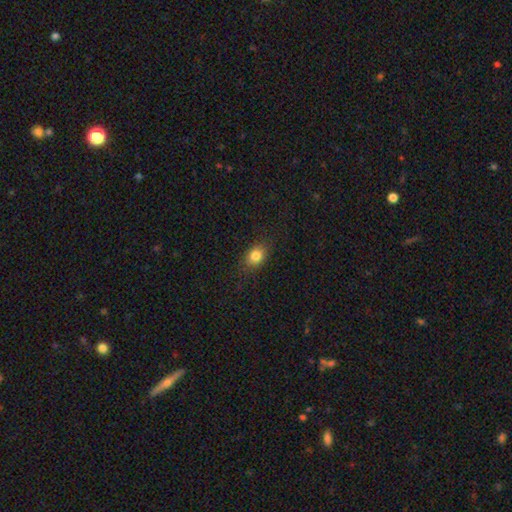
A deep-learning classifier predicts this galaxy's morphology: This appears to be a smooth galaxy with no disk features (83%) that is in between round and cigar-shaped (63%). Merging: none (84%).